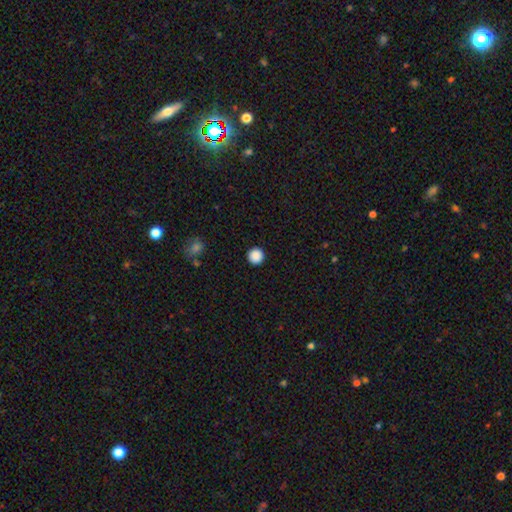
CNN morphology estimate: Q: Smooth or featured?
A: smooth (89%); runner-up: star or artifact (9%)
Q: How rounded?
A: round (96%); runner-up: in between (3%)
Q: Merging?
A: none (93%); runner-up: minor disturbance (4%)